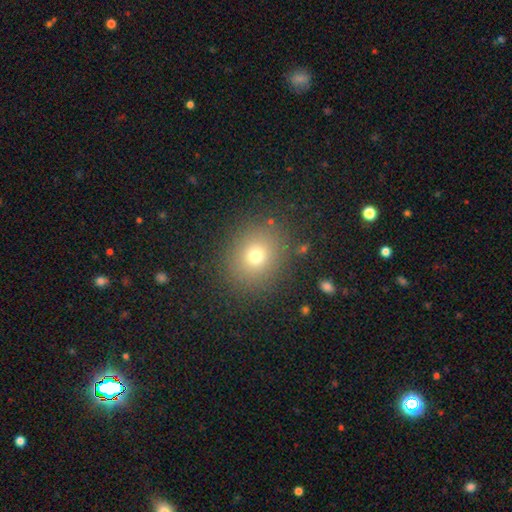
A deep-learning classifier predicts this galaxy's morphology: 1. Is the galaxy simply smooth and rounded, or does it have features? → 71% smooth, 18% star or artifact, 11% featured or disk.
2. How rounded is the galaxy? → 76% round, 23% in between, 1% cigar-shaped.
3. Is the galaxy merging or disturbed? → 86% none, 8% minor disturbance, 4% major disturbance, 2% merger.